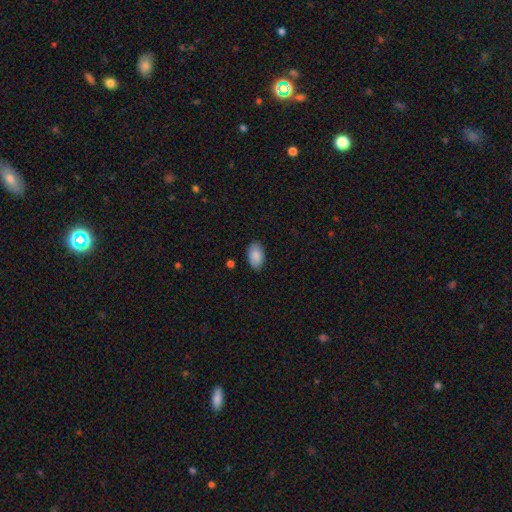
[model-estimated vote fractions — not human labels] This appears to be a smooth galaxy with no disk features (87%) that is in between round and cigar-shaped (93%). Merging: none (83%).